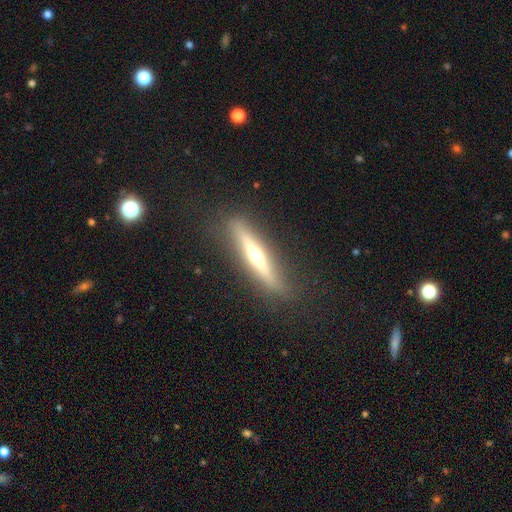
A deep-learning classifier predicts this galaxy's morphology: smooth-or-featured: featured or disk: 68% | smooth: 26% | star or artifact: 6%
  disk-edge-on: yes: 95% | no: 5%
    edge-on-bulge: rounded: 86% | none: 10% | boxy: 4%
  merging: none: 85% | minor disturbance: 11% | major disturbance: 3% | merger: 1%